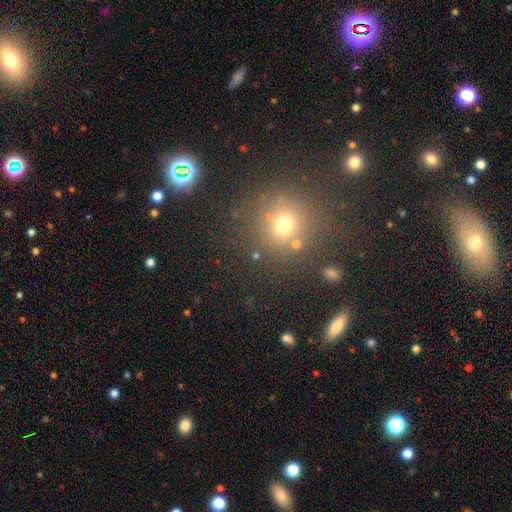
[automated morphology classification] smooth_or_featured: smooth (p=0.57) [alt: star or artifact p=0.33]
how_rounded: round (p=0.87) [alt: in between p=0.11]
merging: none (p=0.80) [alt: minor disturbance p=0.09]